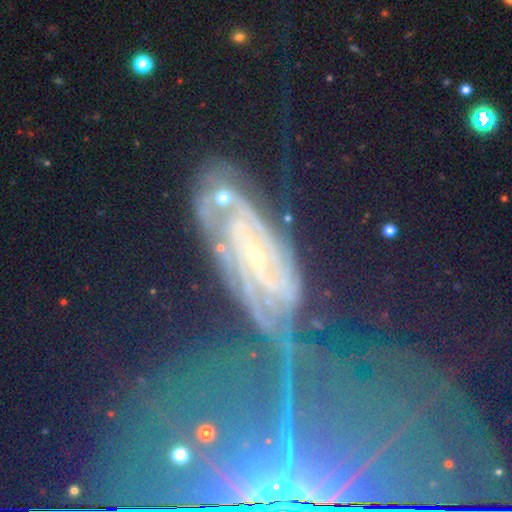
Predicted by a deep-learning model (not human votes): This is likely a featured or disk galaxy (69%). It is clearly not viewed edge-on (89%). Bar: possibly no (51%). Spiral arm pattern: clearly yes (92%). Spiral arm count: marginally can't tell (34%). Spiral winding: likely tight (66%). Central bulge: likely small (77%). Merging: likely none (66%).